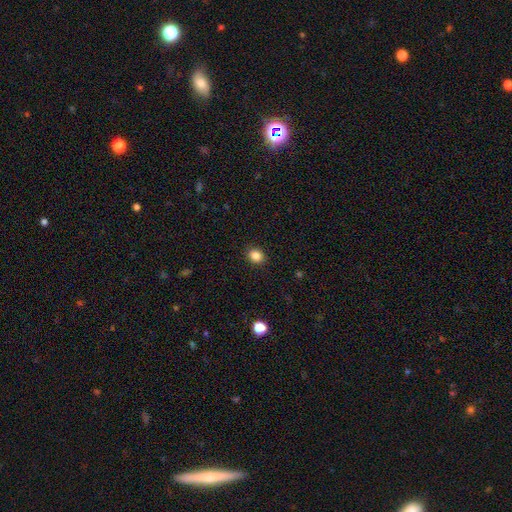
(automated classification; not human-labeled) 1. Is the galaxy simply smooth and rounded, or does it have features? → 85% smooth, 11% star or artifact, 4% featured or disk.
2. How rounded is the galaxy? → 63% round, 36% in between, 1% cigar-shaped.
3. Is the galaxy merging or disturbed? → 91% none, 6% minor disturbance, 2% major disturbance, 1% merger.